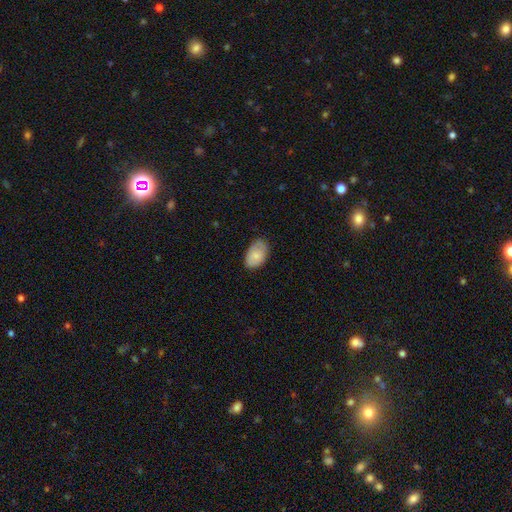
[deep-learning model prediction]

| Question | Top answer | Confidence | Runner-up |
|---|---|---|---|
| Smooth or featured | smooth | 79% | featured or disk (14%) |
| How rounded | in between | 91% | round (8%) |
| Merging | none | 69% | minor disturbance (25%) |